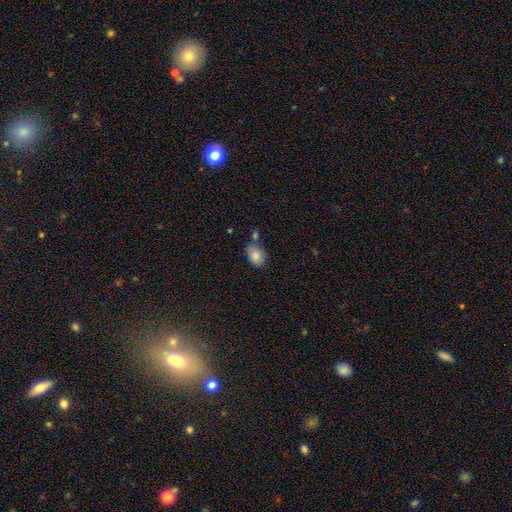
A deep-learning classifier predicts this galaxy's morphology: Q: Smooth or featured?
A: smooth (85%); runner-up: star or artifact (8%)
Q: How rounded?
A: in between (79%); runner-up: round (20%)
Q: Merging?
A: none (61%); runner-up: minor disturbance (20%)